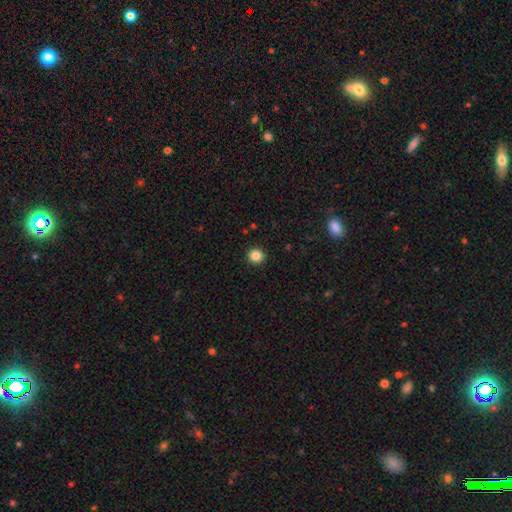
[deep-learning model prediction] Smooth or featured?
  - smooth: 84% *
  - star or artifact: 11%
  - featured or disk: 4%
How rounded?
  - round: 94% *
  - in between: 5%
  - cigar-shaped: 1%
Merging?
  - none: 93% *
  - minor disturbance: 5%
  - major disturbance: 2%
  - merger: 1%